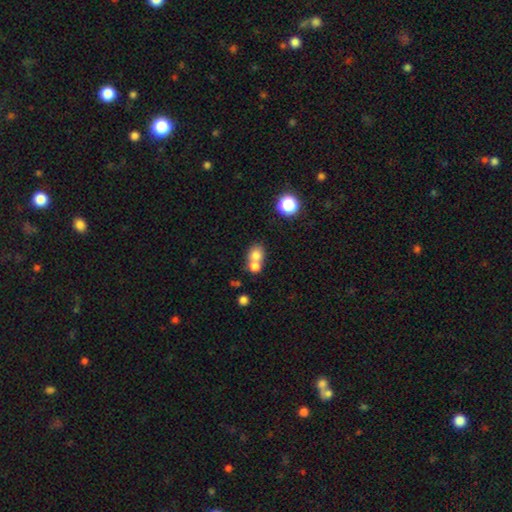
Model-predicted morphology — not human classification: smooth_or_featured: smooth (p=0.75) [alt: featured or disk p=0.14]
how_rounded: round (p=0.64) [alt: in between p=0.35]
merging: merger (p=0.63) [alt: none p=0.27]